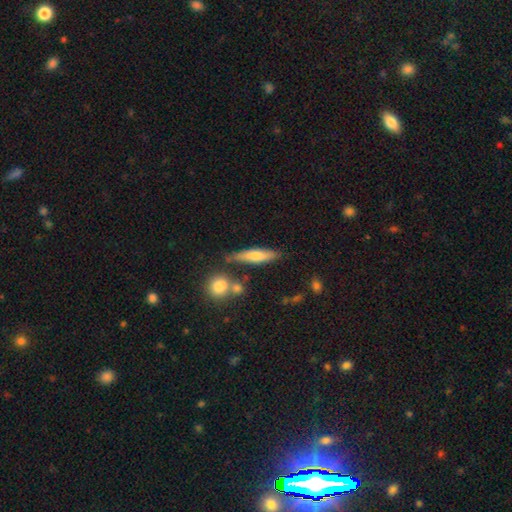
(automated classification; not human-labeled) Smooth or featured: smooth — 69% (featured or disk — 24%)
How rounded: cigar-shaped — 73% (in between — 24%)
Merging: none — 70% (minor disturbance — 16%)